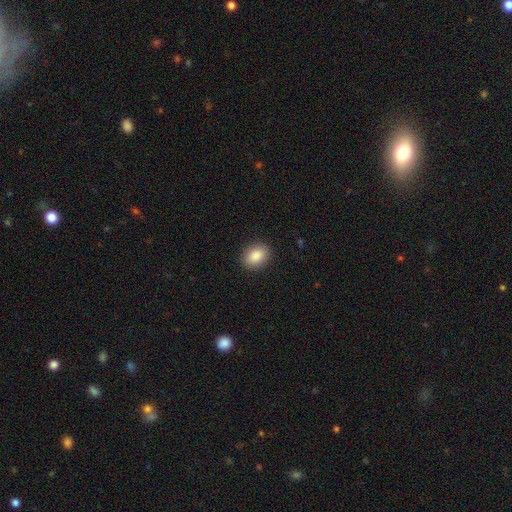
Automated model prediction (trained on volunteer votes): smooth_or_featured: smooth (p=0.88) [alt: star or artifact p=0.08]
how_rounded: in between (p=0.66) [alt: round p=0.33]
merging: none (p=0.90) [alt: minor disturbance p=0.07]